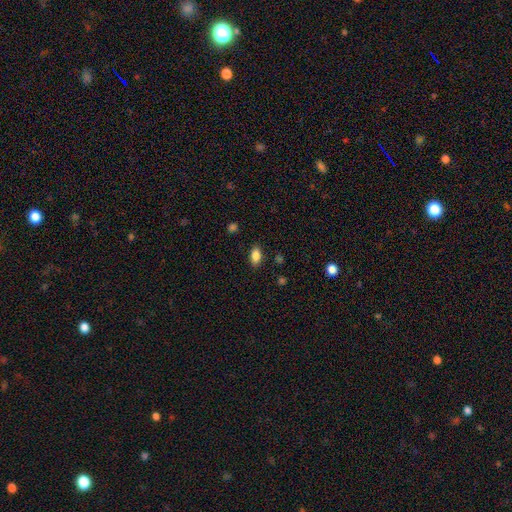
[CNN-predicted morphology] A smooth galaxy with no disk features (85%) that is in between round and cigar-shaped (89%). Merging: none (86%).